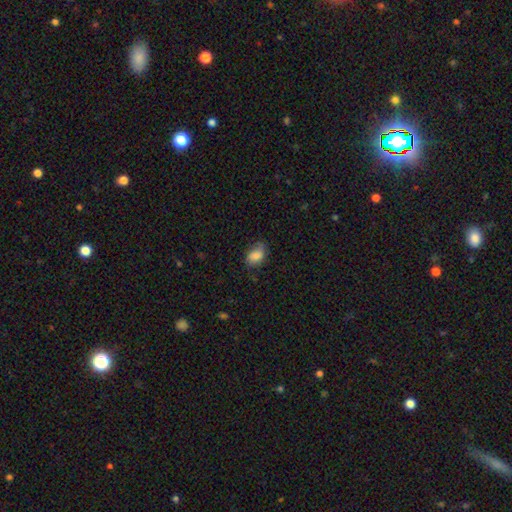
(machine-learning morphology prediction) A smooth galaxy with no disk features (79%) that is in between round and cigar-shaped (84%).

Vote fractions:
- Smooth or featured? smooth: 79% / featured or disk: 12% / star or artifact: 8%
- How rounded? in between: 84% / round: 14% / cigar-shaped: 2%
- Merging? none: 62% / minor disturbance: 29% / major disturbance: 8% / merger: 1%